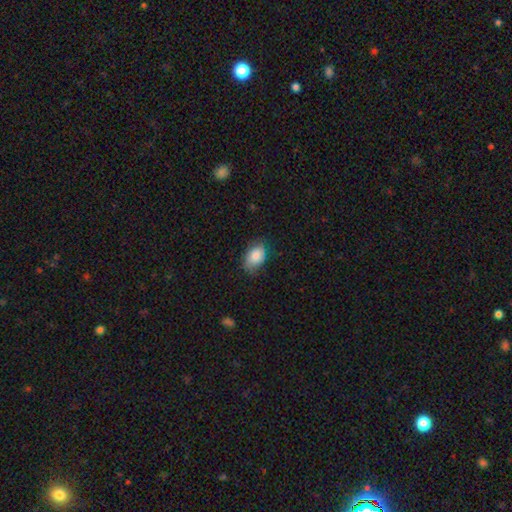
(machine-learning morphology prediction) Q: Smooth or featured?
A: smooth (82%); runner-up: featured or disk (11%)
Q: How rounded?
A: in between (86%); runner-up: round (13%)
Q: Merging?
A: none (67%); runner-up: minor disturbance (26%)